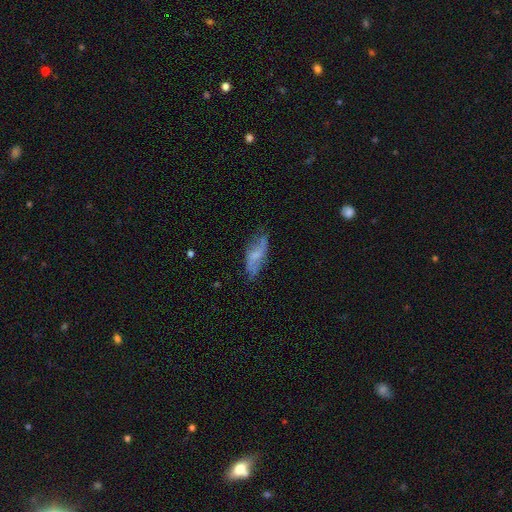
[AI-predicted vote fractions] This is possibly a featured or disk galaxy (46%, tied with smooth). Merging: possibly none (56%).